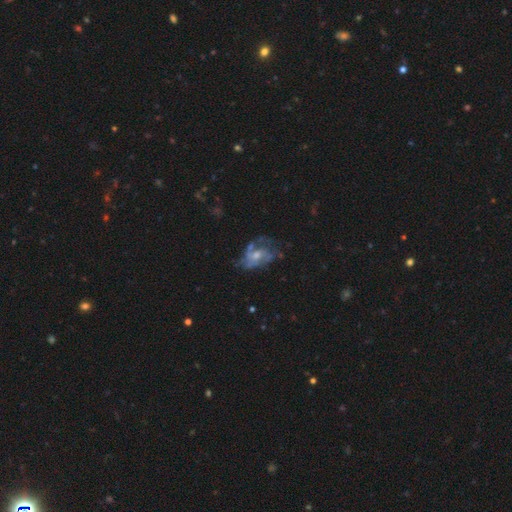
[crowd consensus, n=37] Smooth or featured? 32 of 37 (86%) said featured or disk. Edge-on disk? 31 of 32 (97%) said no. Bar? 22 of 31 (71%) said no. Spiral arms? 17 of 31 (55%) said yes. Spiral winding? 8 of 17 (47%) said medium. Spiral arm count? 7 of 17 (41%, tied with can't tell) said 3. Bulge size? 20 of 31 (65%) said moderate. Merging? 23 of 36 (64%) said major disturbance.